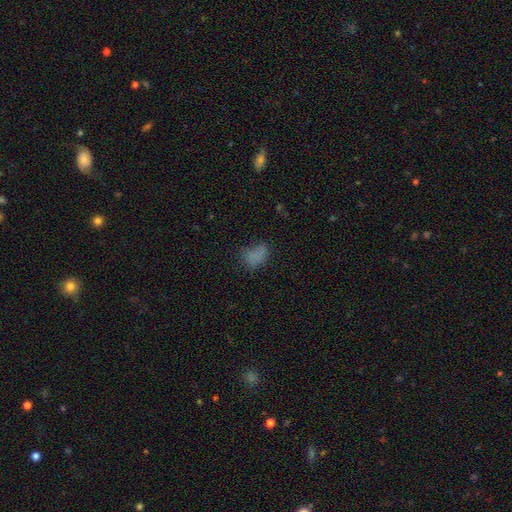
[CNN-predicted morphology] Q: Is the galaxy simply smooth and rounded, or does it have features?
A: smooth — 70%.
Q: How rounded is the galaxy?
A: in between — 79%.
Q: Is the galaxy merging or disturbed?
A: none — 52%.